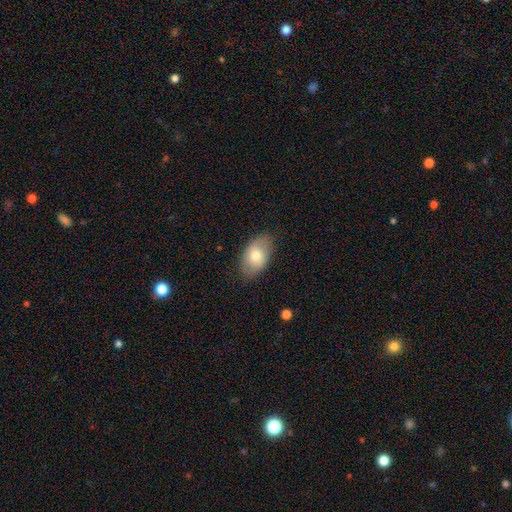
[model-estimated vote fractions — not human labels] The model was most divided on "smooth or featured": smooth: 74%, featured or disk: 20%, star or artifact: 6%. More confident: how rounded — in between (92%); merging — none (81%).